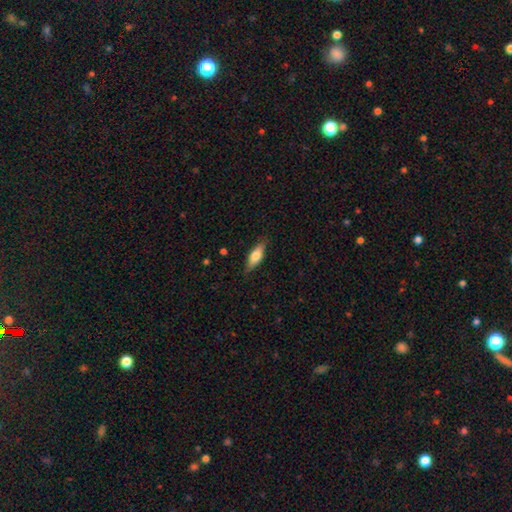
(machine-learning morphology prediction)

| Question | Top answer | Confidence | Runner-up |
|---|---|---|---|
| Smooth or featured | smooth | 68% | featured or disk (26%) |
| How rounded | in between | 62% | cigar-shaped (36%) |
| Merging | none | 83% | minor disturbance (13%) |